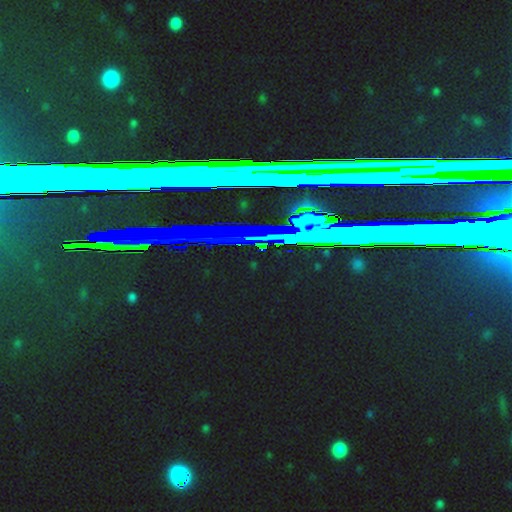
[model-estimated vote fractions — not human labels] Smooth or featured?
  - star or artifact: 79% *
  - featured or disk: 12%
  - smooth: 9%